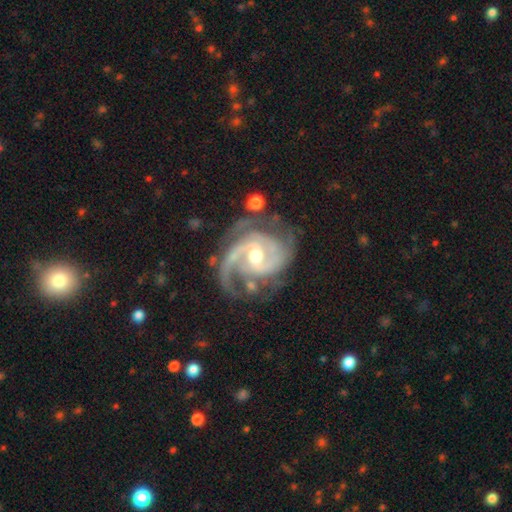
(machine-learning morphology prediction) The model was most divided on "bar": weak: 47%, no: 35%, strong: 18%. More confident: spiral arms — yes (98%); edge-on disk — no (98%); smooth or featured — featured or disk (93%); merging — none (60%); bulge size — moderate (59%); spiral arm count — 2 (58%); spiral winding — medium (51%).